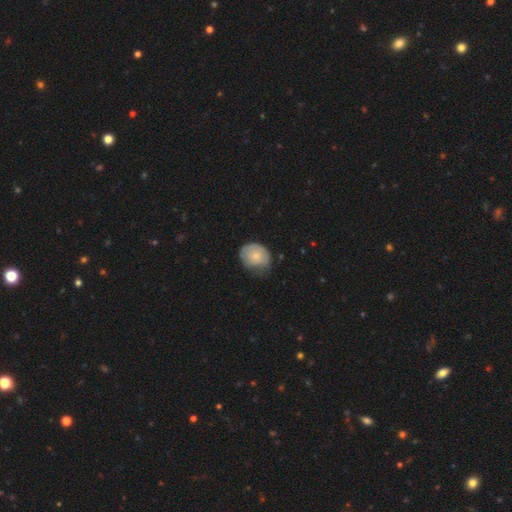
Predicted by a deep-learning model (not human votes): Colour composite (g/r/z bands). It shows a smooth galaxy with no disk features (71%) that is round (56%). Merging: none (51%).